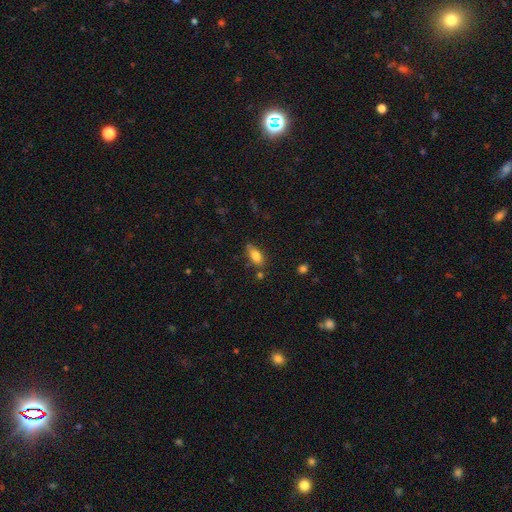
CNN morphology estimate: Smooth or featured? smooth (81%)
How rounded? in between (85%)
Merging? none (68%)